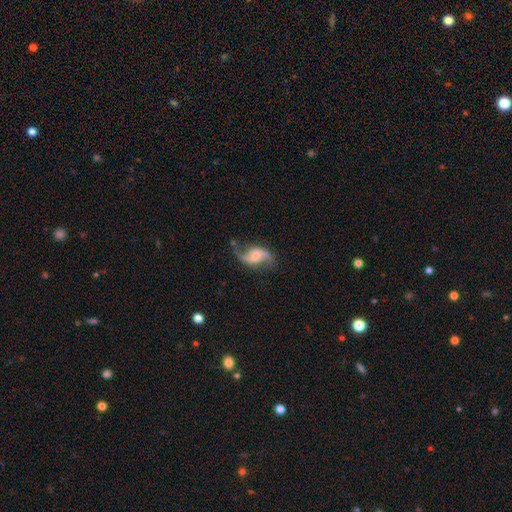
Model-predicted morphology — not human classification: This appears to be a featured or disk galaxy (87%) with no bar (44%), 2 (92%) loose (75%) spiral arms (96%) and a small central bulge (36%). Merging: none (71%).